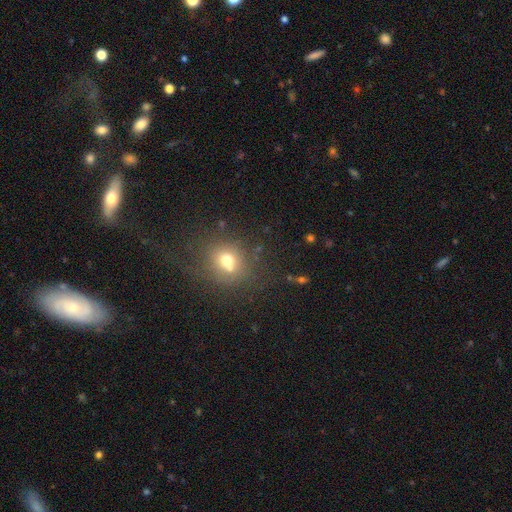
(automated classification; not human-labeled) smooth_or_featured: smooth (p=0.57) [alt: star or artifact p=0.29]
how_rounded: round (p=0.75) [alt: in between p=0.23]
merging: none (p=0.78) [alt: minor disturbance p=0.12]